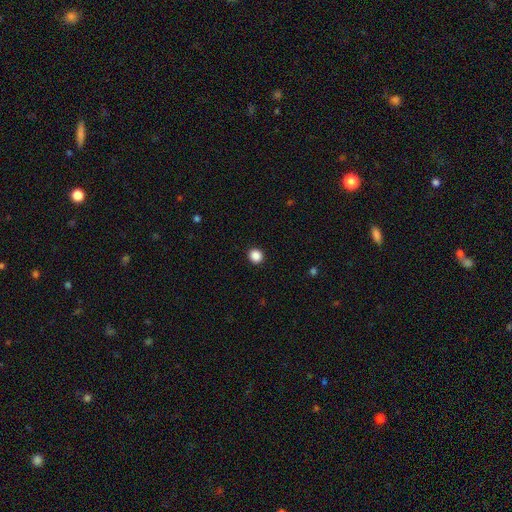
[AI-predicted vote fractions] smooth_or_featured: smooth (p=0.87) [alt: star or artifact p=0.10]
how_rounded: round (p=0.90) [alt: in between p=0.09]
merging: none (p=0.93) [alt: minor disturbance p=0.04]